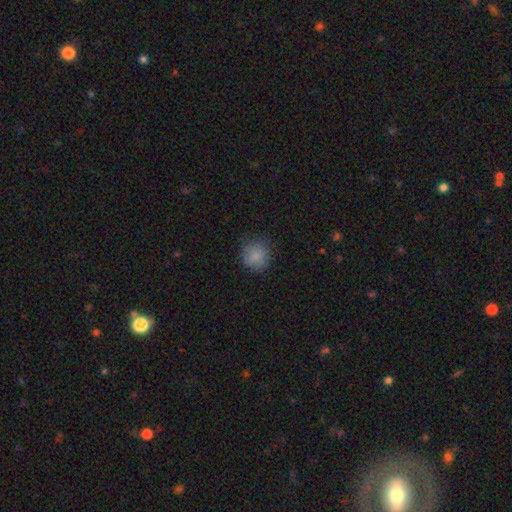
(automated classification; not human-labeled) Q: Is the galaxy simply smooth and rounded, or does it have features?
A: smooth — 84%.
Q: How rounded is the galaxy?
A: round — 88%.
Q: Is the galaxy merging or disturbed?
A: none — 79%.